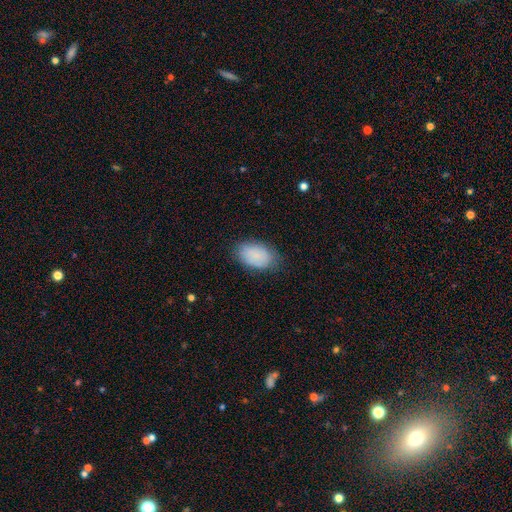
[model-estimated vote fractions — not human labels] This is clearly a smooth galaxy (87%). How rounded: clearly in between (90%). Merging: likely none (77%).